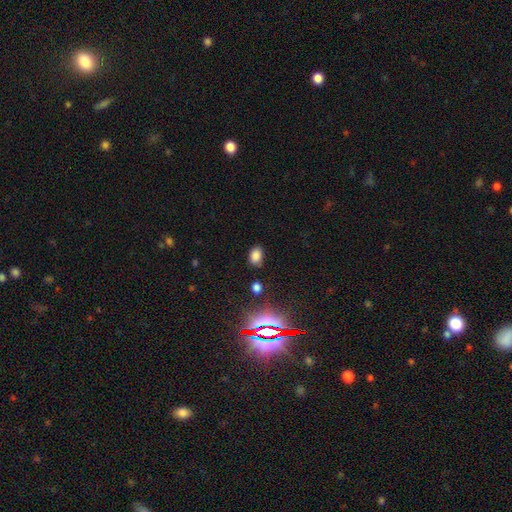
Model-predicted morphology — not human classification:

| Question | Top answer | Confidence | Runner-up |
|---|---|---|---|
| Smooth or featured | smooth | 78% | star or artifact (17%) |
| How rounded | in between | 82% | round (17%) |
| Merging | none | 81% | minor disturbance (13%) |